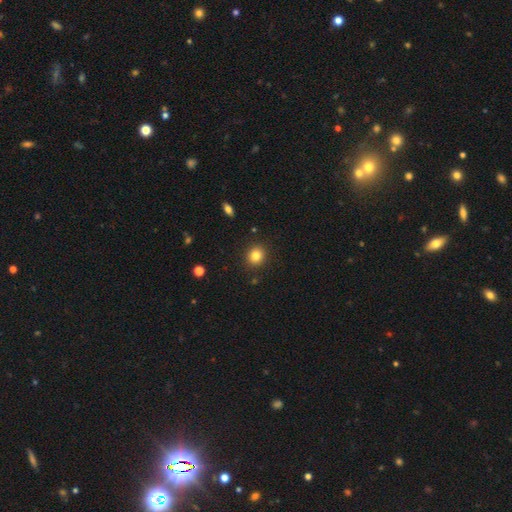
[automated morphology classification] Overall: smooth (82%). How rounded: round (83%). Merging: none (90%).